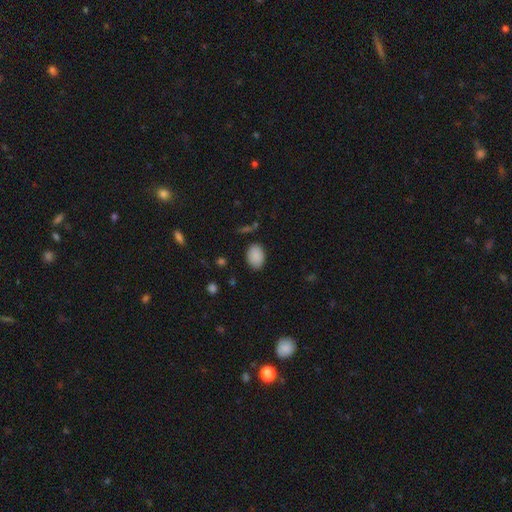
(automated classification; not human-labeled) Q: Smooth or featured?
A: smooth (89%); runner-up: star or artifact (7%)
Q: How rounded?
A: in between (80%); runner-up: round (19%)
Q: Merging?
A: none (84%); runner-up: minor disturbance (11%)